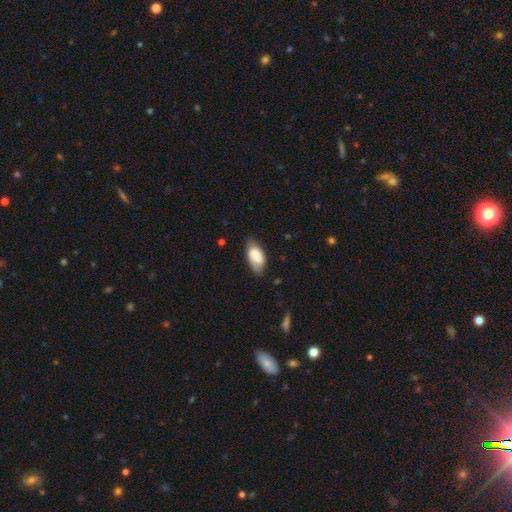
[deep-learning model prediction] The model was most divided on "merging": none: 63%, minor disturbance: 29%, major disturbance: 7%, merger: 2%. More confident: how rounded — in between (93%); smooth or featured — smooth (74%).